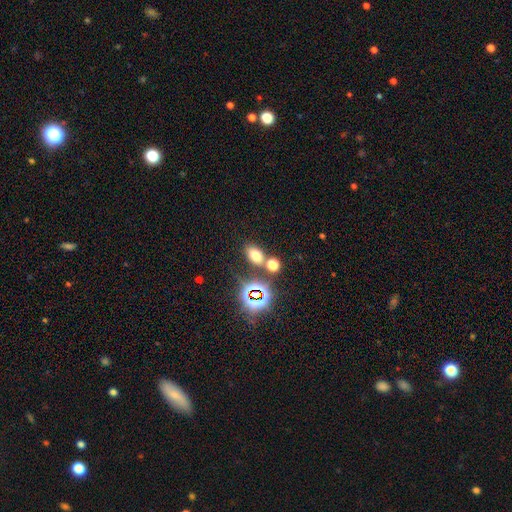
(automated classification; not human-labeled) A smooth galaxy with no disk features (64%) that is in between round and cigar-shaped (77%).

Vote fractions:
- Smooth or featured? smooth: 64% / star or artifact: 26% / featured or disk: 10%
- How rounded? in between: 77% / round: 21% / cigar-shaped: 2%
- Merging? none: 69% / merger: 17% / minor disturbance: 10% / major disturbance: 4%